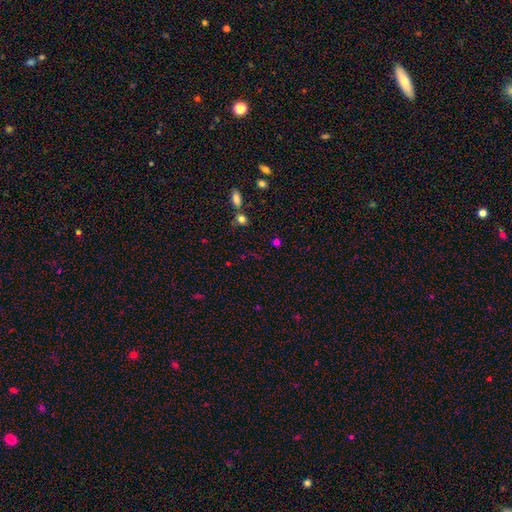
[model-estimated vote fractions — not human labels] Overall: smooth (53%; star or artifact 38%). How rounded: round (67%; in between 28%). Merging: none (69%).